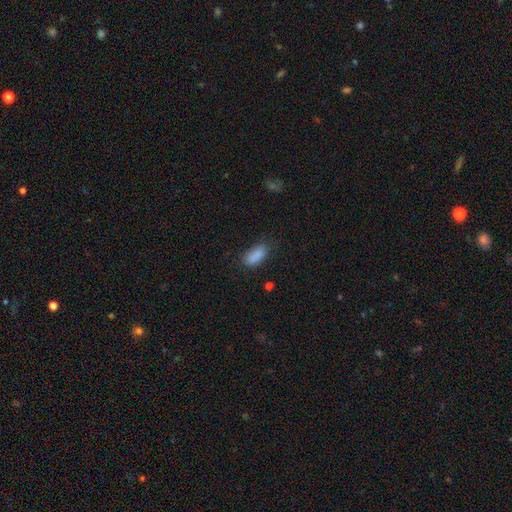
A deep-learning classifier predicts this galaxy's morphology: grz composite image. It shows a smooth galaxy with no disk features (86%) that is in between round and cigar-shaped (87%). Merging: none (67%).